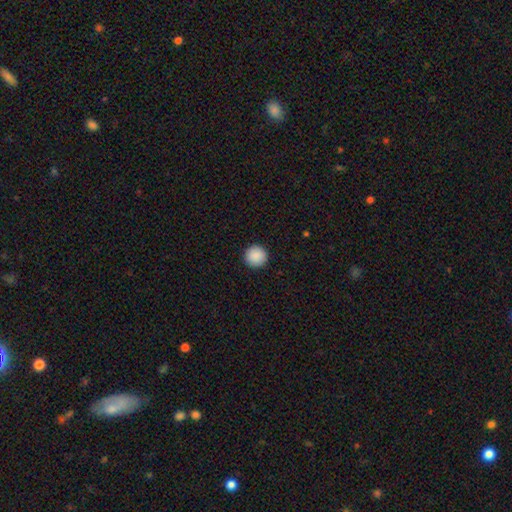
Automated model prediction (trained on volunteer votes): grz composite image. It shows a smooth galaxy with no disk features (90%) that is round (96%). Merging: none (93%).